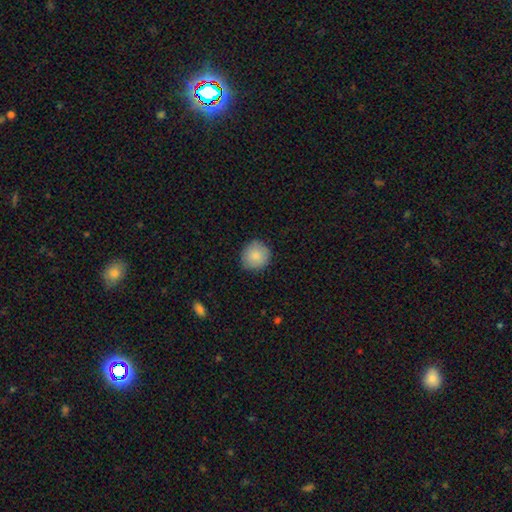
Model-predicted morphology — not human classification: smooth 85%, featured or disk 8%, star or artifact 7%. Down the decision tree: how rounded — round (92%); merging — none (86%).